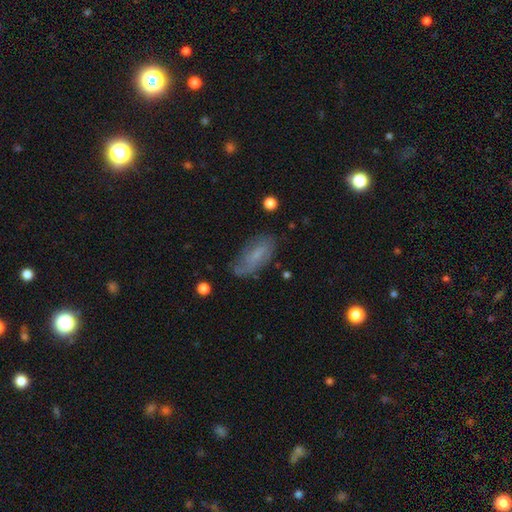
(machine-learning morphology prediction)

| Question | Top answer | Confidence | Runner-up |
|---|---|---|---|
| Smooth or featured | smooth | 54% | featured or disk (37%) |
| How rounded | in between | 82% | cigar-shaped (15%) |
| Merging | none | 63% | minor disturbance (26%) |